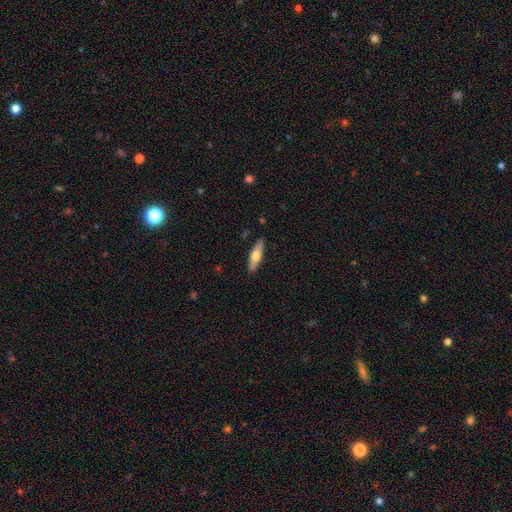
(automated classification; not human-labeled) smooth_or_featured: smooth (p=0.55) [alt: featured or disk p=0.40]
how_rounded: cigar-shaped (p=0.60) [alt: in between p=0.38]
merging: none (p=0.89) [alt: minor disturbance p=0.08]